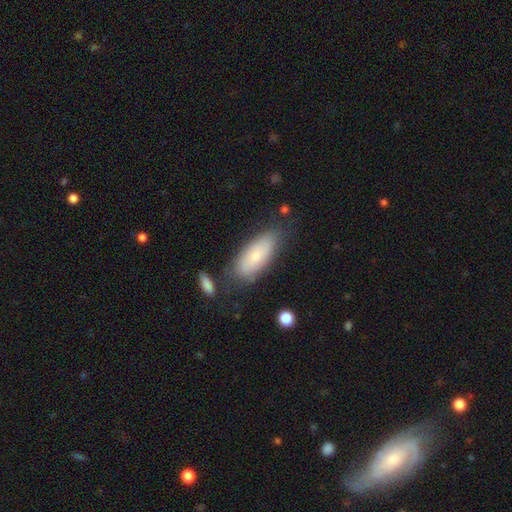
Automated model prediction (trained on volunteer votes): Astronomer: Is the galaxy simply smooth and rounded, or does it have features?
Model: smooth — 74%.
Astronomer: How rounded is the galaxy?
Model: in between — 82%.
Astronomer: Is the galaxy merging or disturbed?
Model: none — 70%.